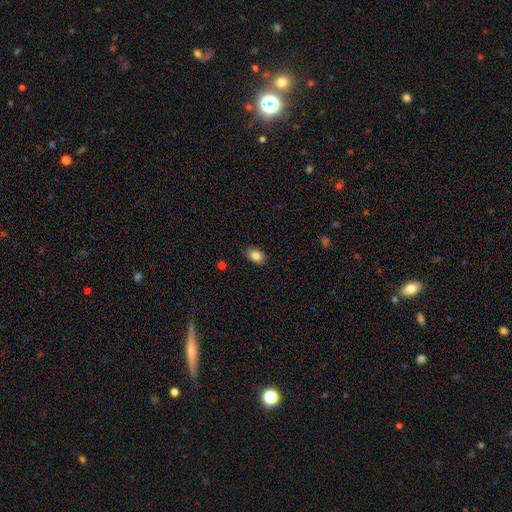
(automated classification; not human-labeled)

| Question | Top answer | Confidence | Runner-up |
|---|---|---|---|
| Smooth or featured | smooth | 84% | star or artifact (8%) |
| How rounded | in between | 88% | round (11%) |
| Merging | none | 85% | minor disturbance (12%) |